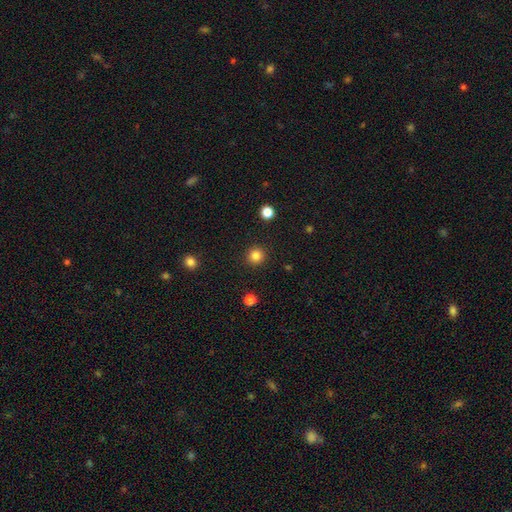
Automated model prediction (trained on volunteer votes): Smooth or featured: smooth — 84% (star or artifact — 12%)
How rounded: round — 95% (in between — 4%)
Merging: none — 93% (minor disturbance — 5%)